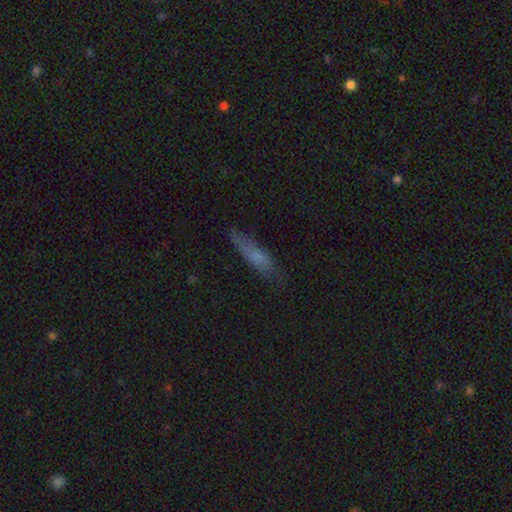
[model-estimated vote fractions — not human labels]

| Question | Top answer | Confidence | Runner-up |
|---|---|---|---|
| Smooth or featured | smooth | 67% | featured or disk (24%) |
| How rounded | cigar-shaped | 72% | in between (26%) |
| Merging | none | 68% | minor disturbance (24%) |